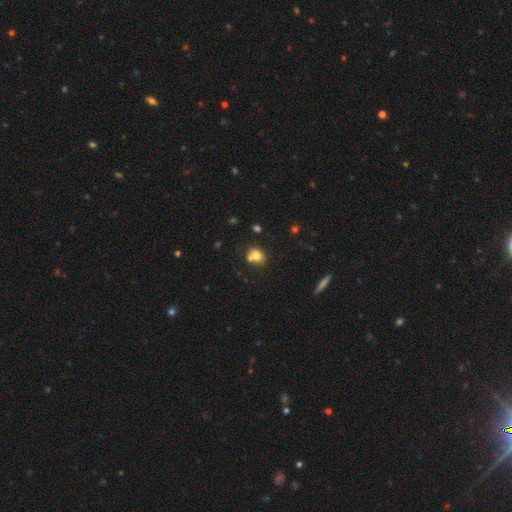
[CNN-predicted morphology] This appears to be a smooth galaxy with no disk features (75%) that is round (67%). Merging: none (56%).